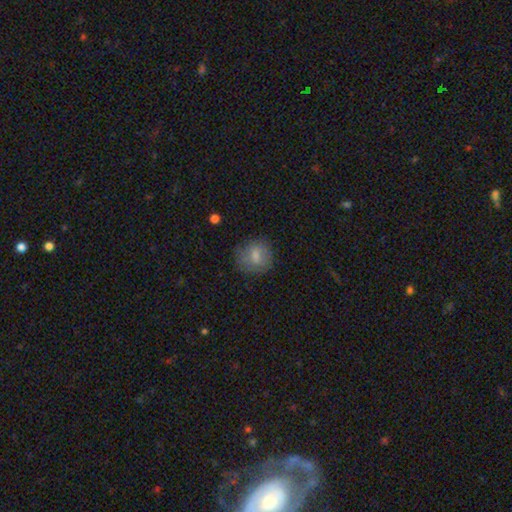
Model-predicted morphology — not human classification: smooth 73%, featured or disk 18%, star or artifact 9%. Down the decision tree: how rounded — round (78%); merging — none (73%).